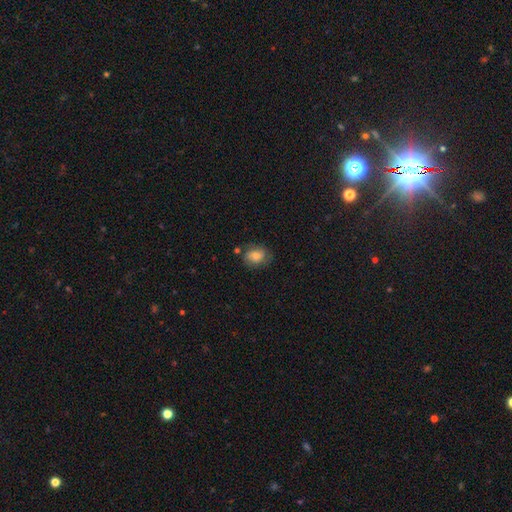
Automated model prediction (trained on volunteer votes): A smooth galaxy with no disk features (60%) that is round (53%). Merging: none (66%).